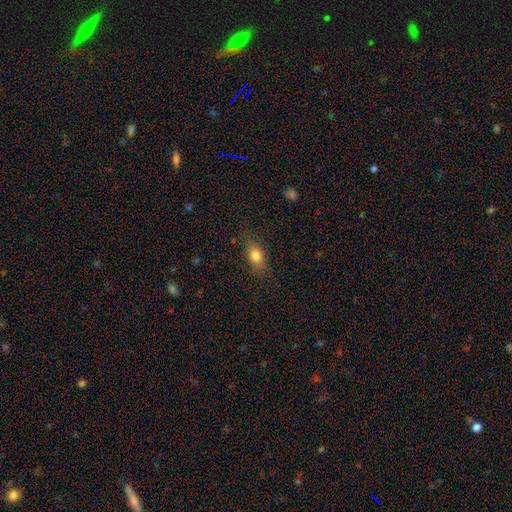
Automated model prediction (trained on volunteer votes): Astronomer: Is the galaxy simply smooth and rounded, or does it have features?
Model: smooth — 80%.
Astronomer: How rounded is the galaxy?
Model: in between — 78%.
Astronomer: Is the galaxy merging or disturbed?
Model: none — 79%.